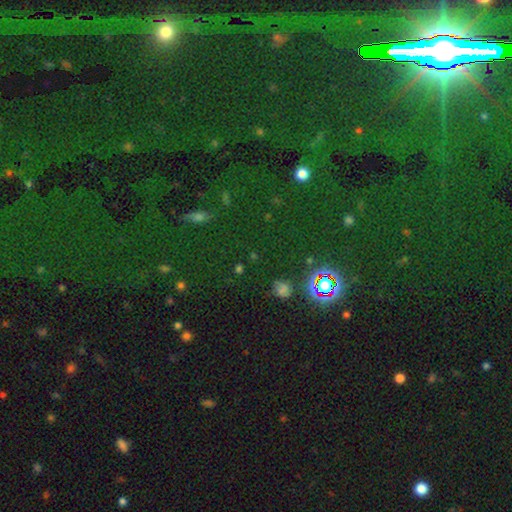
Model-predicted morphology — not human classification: A star or artifact, not a galaxy (79%).